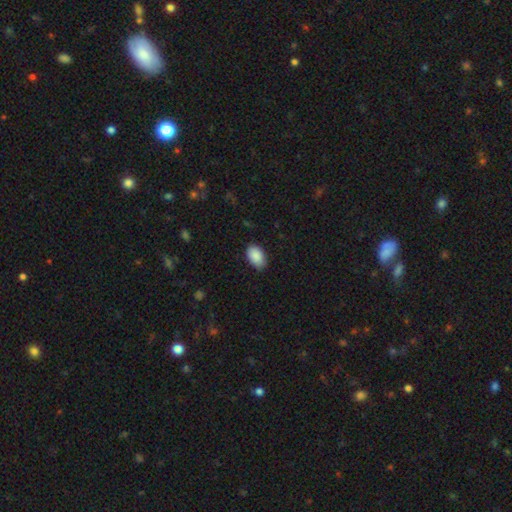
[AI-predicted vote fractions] smooth_or_featured: smooth (p=0.90) [alt: star or artifact p=0.06]
how_rounded: in between (p=0.90) [alt: round p=0.08]
merging: none (p=0.79) [alt: minor disturbance p=0.18]